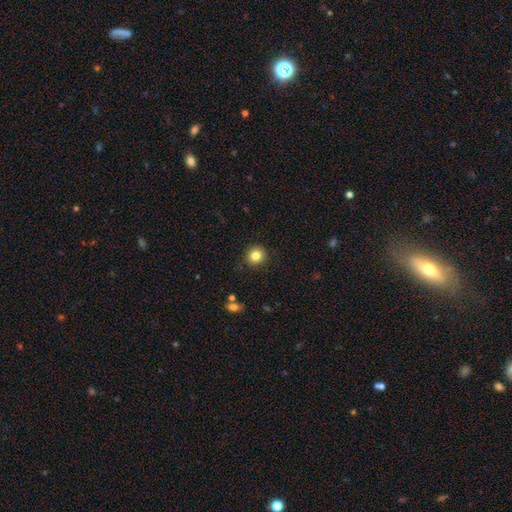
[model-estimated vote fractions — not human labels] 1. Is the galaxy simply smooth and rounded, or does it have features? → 84% smooth, 11% star or artifact, 6% featured or disk.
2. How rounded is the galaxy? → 92% round, 7% in between, 1% cigar-shaped.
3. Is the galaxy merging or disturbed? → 89% none, 7% minor disturbance, 2% major disturbance, 1% merger.